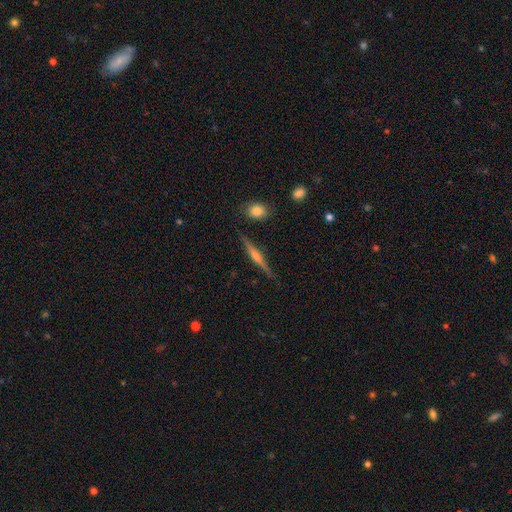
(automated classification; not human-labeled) smooth-or-featured: featured or disk: 72% | smooth: 21% | star or artifact: 7%
  disk-edge-on: yes: 98% | no: 2%
    edge-on-bulge: rounded: 80% | none: 11% | boxy: 9%
  merging: none: 88% | minor disturbance: 9% | major disturbance: 2% | merger: 2%